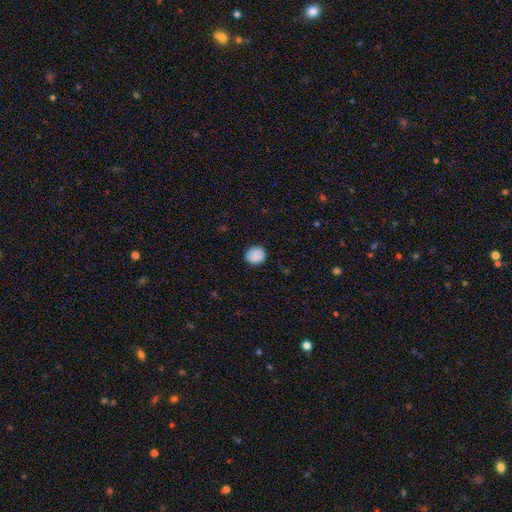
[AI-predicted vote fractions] This is clearly a smooth galaxy (88%). How rounded: clearly round (83%). Merging: clearly none (86%).